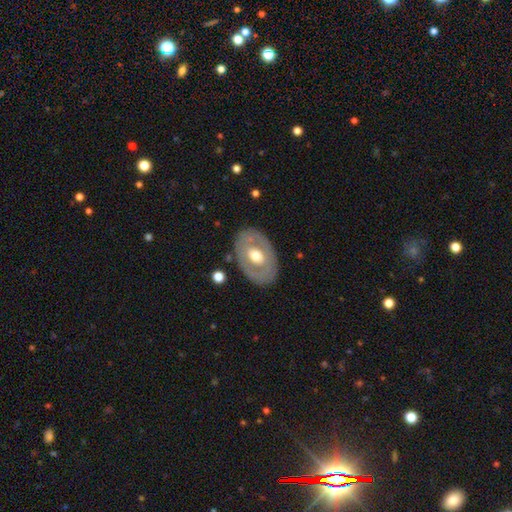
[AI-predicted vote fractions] The model was most divided on "smooth or featured": featured or disk: 53%, smooth: 42%, star or artifact: 5%. More confident: edge-on disk — no (90%); merging — none (82%).